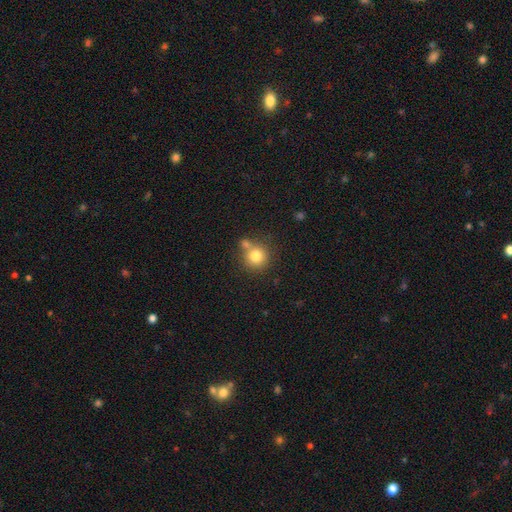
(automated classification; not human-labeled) smooth 79%, star or artifact 11%, featured or disk 10%. Down the decision tree: how rounded — round (90%); merging — none (60%).